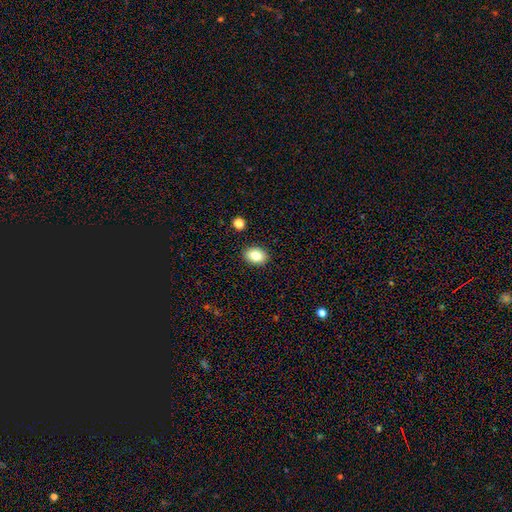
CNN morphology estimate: smooth 83%, star or artifact 9%, featured or disk 8%. Down the decision tree: how rounded — in between (74%); merging — none (90%).